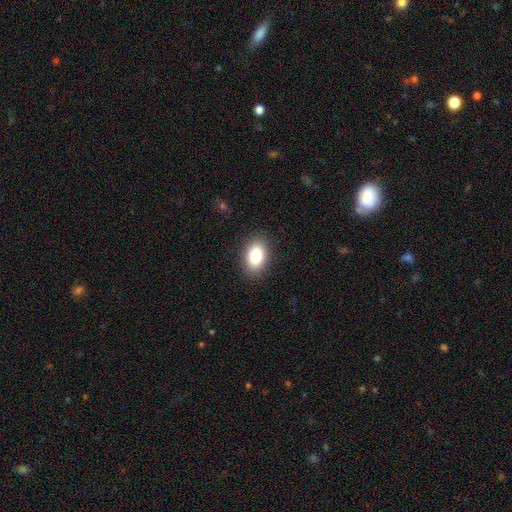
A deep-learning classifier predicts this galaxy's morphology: A smooth galaxy with no disk features (85%) that is in between round and cigar-shaped (88%). Merging: none (88%).